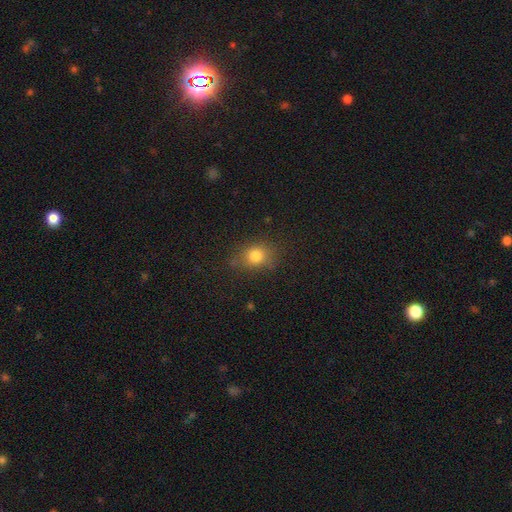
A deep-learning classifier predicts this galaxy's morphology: smooth 79%, star or artifact 13%, featured or disk 8%. Down the decision tree: how rounded — round (57%); merging — none (72%).